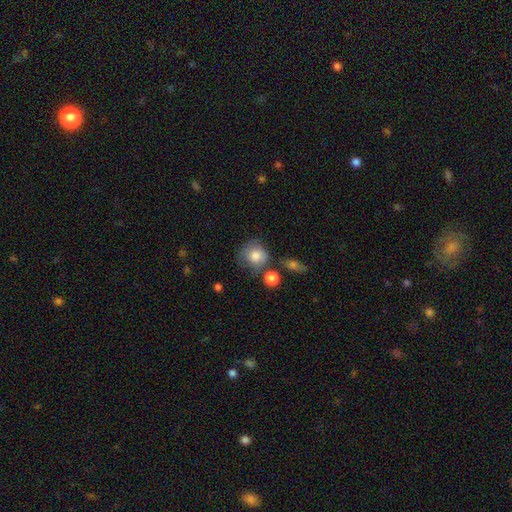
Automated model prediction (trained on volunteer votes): Morphology: type=smooth (80%); roundness=round (81%); merging=none (54%).